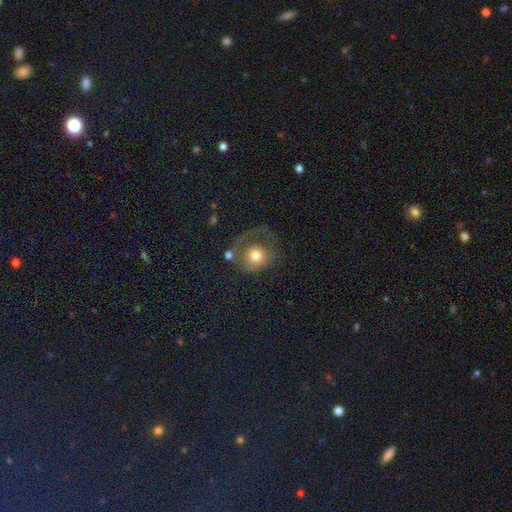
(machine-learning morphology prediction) Overall: smooth (60%; featured or disk 30%). How rounded: round (81%). Merging: major disturbance (38%; none 36%).